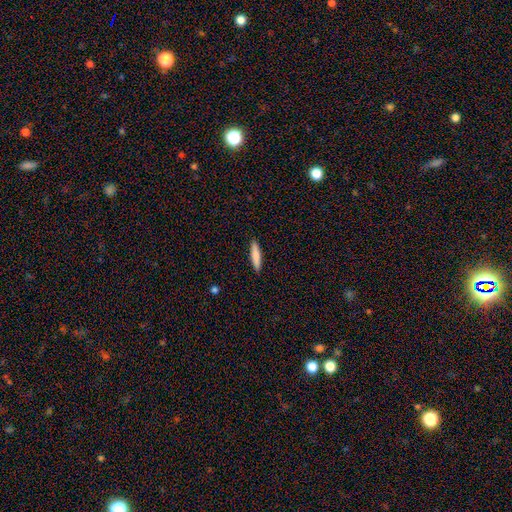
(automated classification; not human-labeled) Smooth or featured: smooth — 78% (featured or disk — 17%)
How rounded: cigar-shaped — 86% (in between — 13%)
Merging: none — 91% (minor disturbance — 6%)